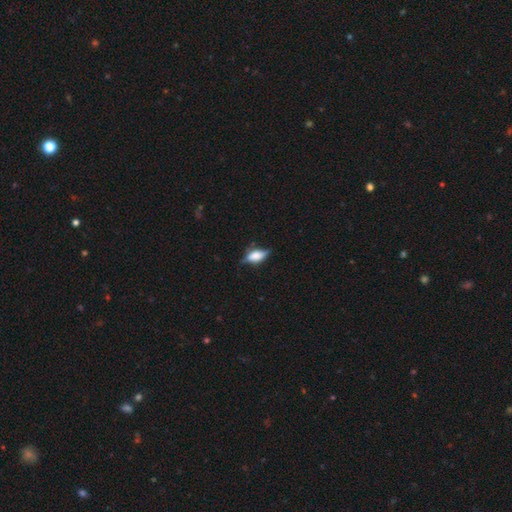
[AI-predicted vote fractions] The model was most divided on "smooth or featured": smooth: 52%, featured or disk: 39%, star or artifact: 9%. More confident: how rounded — in between (81%); merging — none (64%).